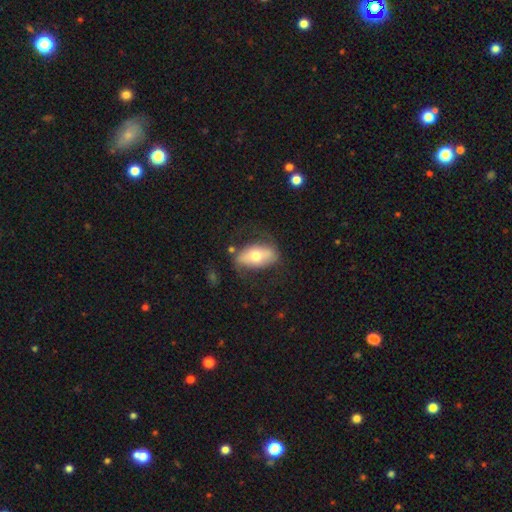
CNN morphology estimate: The model was most divided on "smooth or featured" (2-way tie): featured or disk: 47%, smooth: 47%, star or artifact: 6%. More confident: merging — none (66%).